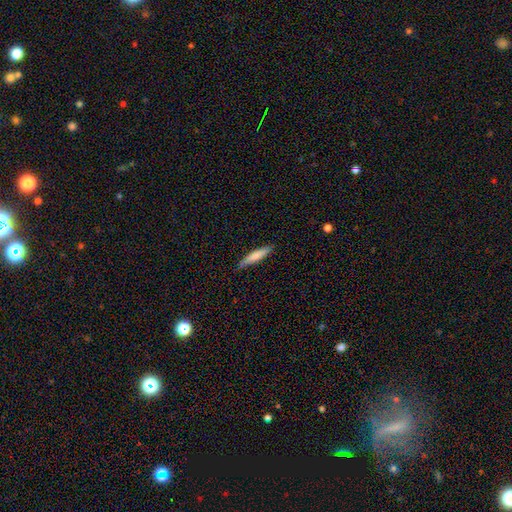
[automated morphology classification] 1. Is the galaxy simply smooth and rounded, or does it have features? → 77% smooth, 17% featured or disk, 6% star or artifact.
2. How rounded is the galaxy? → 86% cigar-shaped, 13% in between, 1% round.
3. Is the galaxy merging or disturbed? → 81% none, 15% minor disturbance, 2% major disturbance, 1% merger.